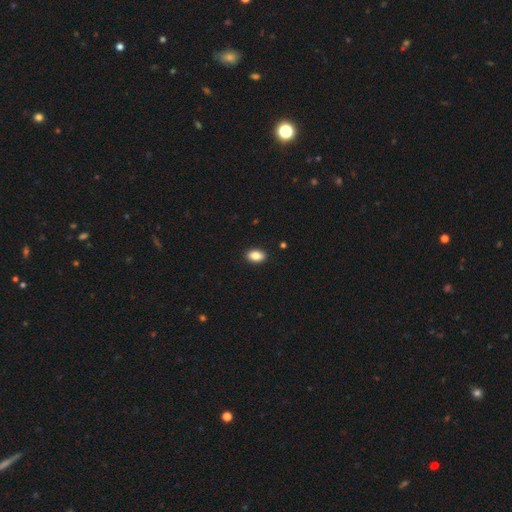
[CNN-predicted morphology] A smooth galaxy with no disk features (87%) that is in between round and cigar-shaped (88%).

Vote fractions:
- Smooth or featured? smooth: 87% / star or artifact: 8% / featured or disk: 5%
- How rounded? in between: 88% / round: 10% / cigar-shaped: 2%
- Merging? none: 91% / minor disturbance: 7% / major disturbance: 2% / merger: 1%